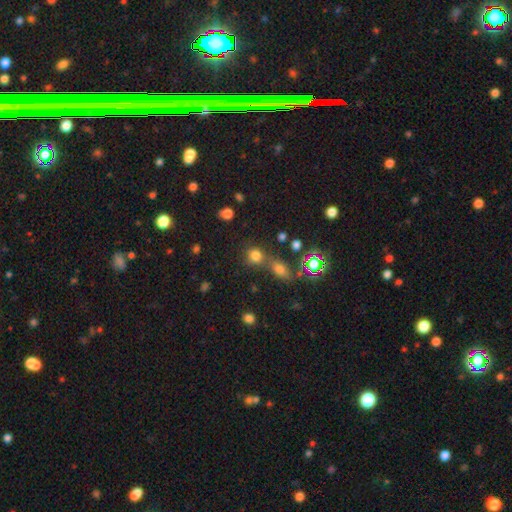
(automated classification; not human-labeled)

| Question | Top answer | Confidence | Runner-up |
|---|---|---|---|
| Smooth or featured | smooth | 75% | star or artifact (18%) |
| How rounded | round | 85% | in between (14%) |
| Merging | none | 61% | merger (26%) |